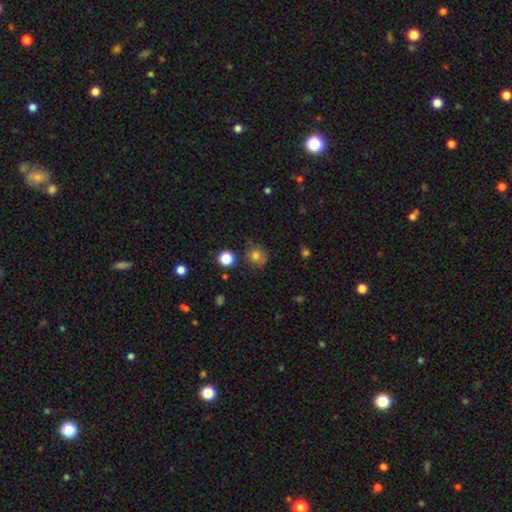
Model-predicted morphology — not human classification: This appears to be a smooth galaxy with no disk features (77%) that is round (86%). Merging: none (72%).